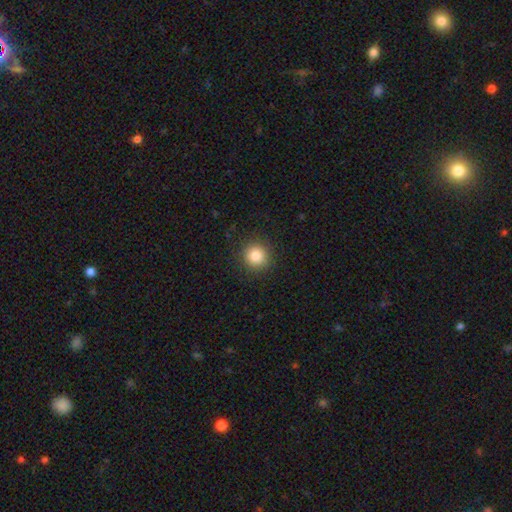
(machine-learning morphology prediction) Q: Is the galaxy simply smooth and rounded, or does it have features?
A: smooth — 83%.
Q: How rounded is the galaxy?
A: round — 93%.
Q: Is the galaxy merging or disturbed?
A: none — 91%.